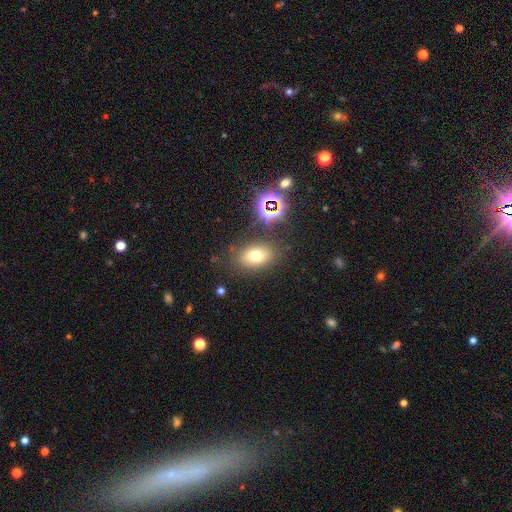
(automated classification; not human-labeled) smooth 68%, star or artifact 18%, featured or disk 13%. Down the decision tree: how rounded — in between (77%); merging — none (80%).